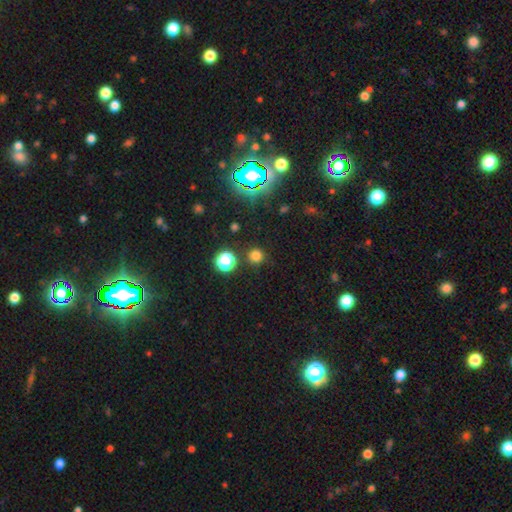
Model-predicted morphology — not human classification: Smooth or featured? smooth (73%)
How rounded? round (94%)
Merging? none (88%)